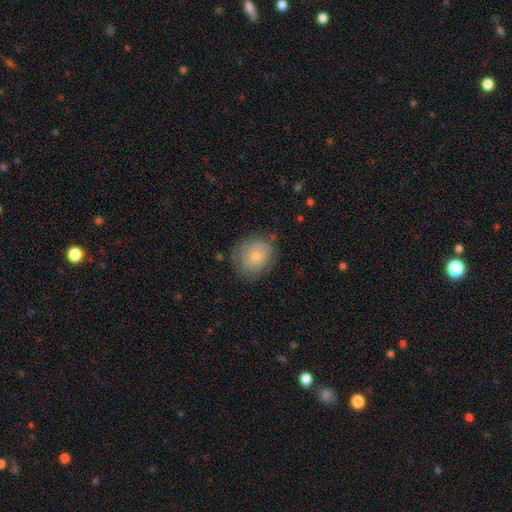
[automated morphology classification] A smooth galaxy with no disk features (49%).

Vote fractions:
- Smooth or featured? smooth: 49% / featured or disk: 43% / star or artifact: 8%
- Merging? none: 70% / minor disturbance: 21% / major disturbance: 8% / merger: 1%